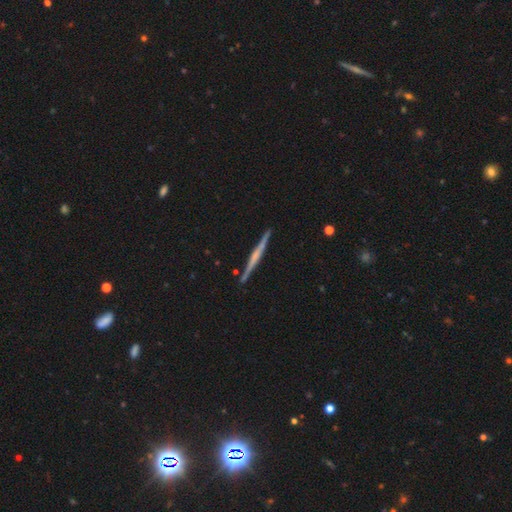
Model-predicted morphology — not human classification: The model was most divided on "edge-on bulge": none: 44%, rounded: 40%, boxy: 17%. More confident: edge-on disk — yes (98%); merging — none (91%); smooth or featured — featured or disk (72%).